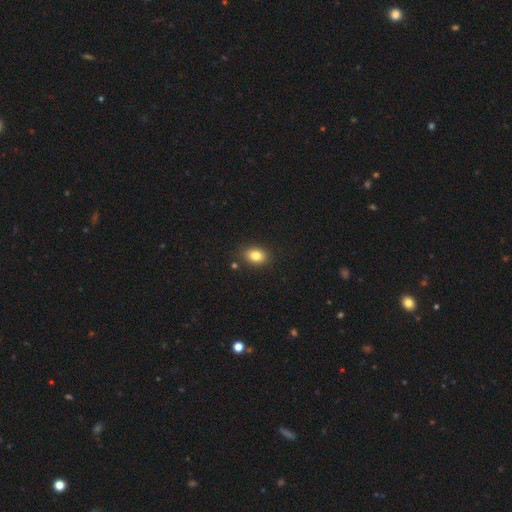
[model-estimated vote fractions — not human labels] A smooth galaxy with no disk features (83%) that is in between round and cigar-shaped (74%).

Vote fractions:
- Smooth or featured? smooth: 83% / star or artifact: 10% / featured or disk: 7%
- How rounded? in between: 74% / round: 25% / cigar-shaped: 1%
- Merging? none: 85% / minor disturbance: 10% / merger: 3% / major disturbance: 2%